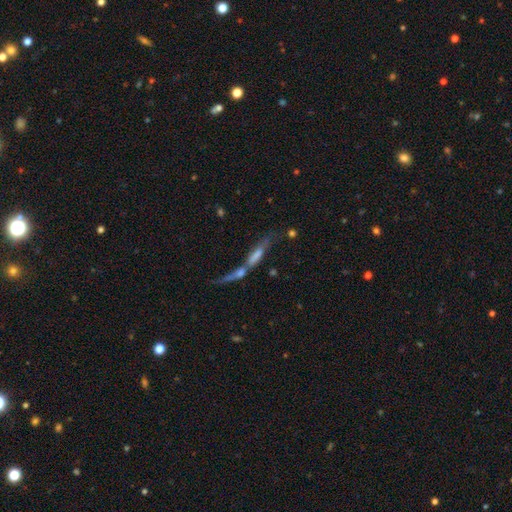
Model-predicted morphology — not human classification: Q: Smooth or featured?
A: featured or disk (54%); runner-up: smooth (31%)
Q: Edge-on disk?
A: yes (57%); runner-up: no (43%)
Q: Merging?
A: merger (56%); runner-up: none (21%)